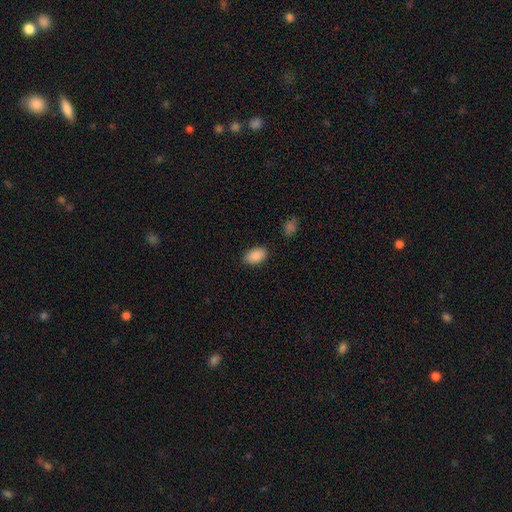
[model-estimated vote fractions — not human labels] Q: Smooth or featured?
A: smooth (89%); runner-up: star or artifact (7%)
Q: How rounded?
A: in between (92%); runner-up: round (7%)
Q: Merging?
A: none (85%); runner-up: minor disturbance (10%)